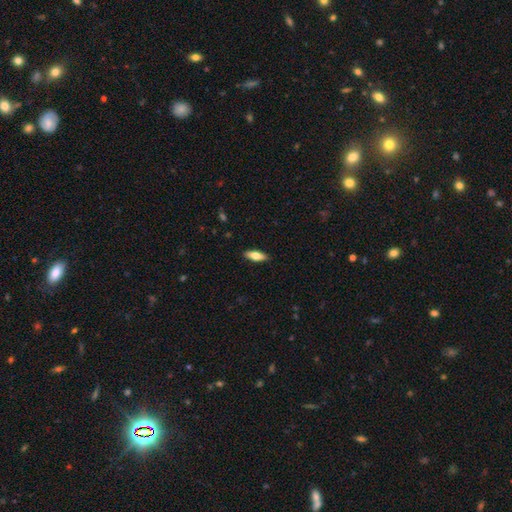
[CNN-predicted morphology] Smooth or featured: smooth — 67% (featured or disk — 26%)
How rounded: in between — 65% (cigar-shaped — 33%)
Merging: none — 89% (minor disturbance — 8%)